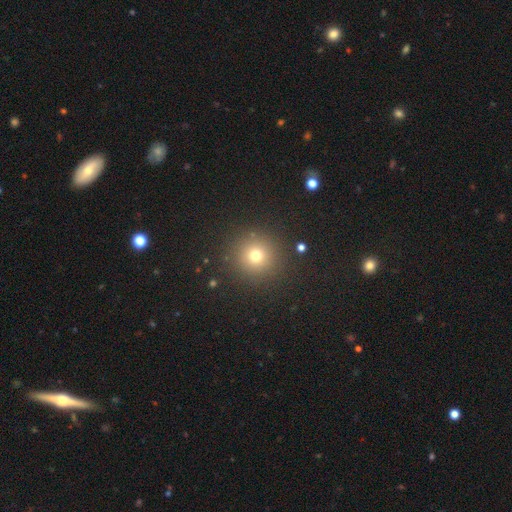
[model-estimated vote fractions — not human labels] Morphology: type=smooth (72%); roundness=round (95%); merging=none (89%).